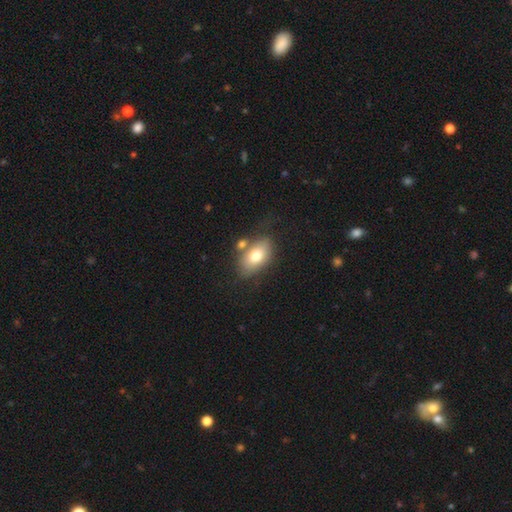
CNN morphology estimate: Smooth or featured? Predicted: smooth (p=0.74). How rounded? Predicted: in between (p=0.89). Merging? Predicted: none (p=0.63).